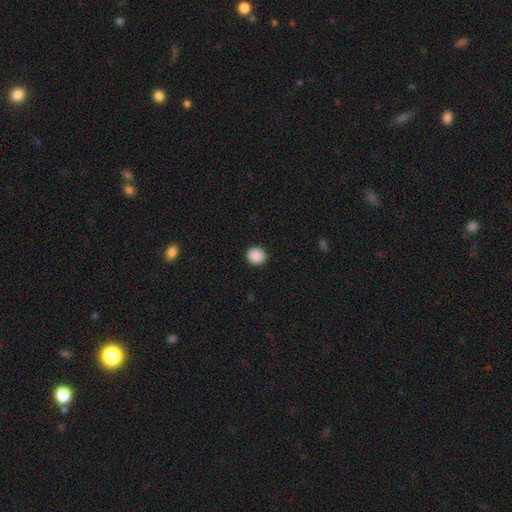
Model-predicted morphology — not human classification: A smooth galaxy with no disk features (90%) that is round (85%). Merging: none (92%).